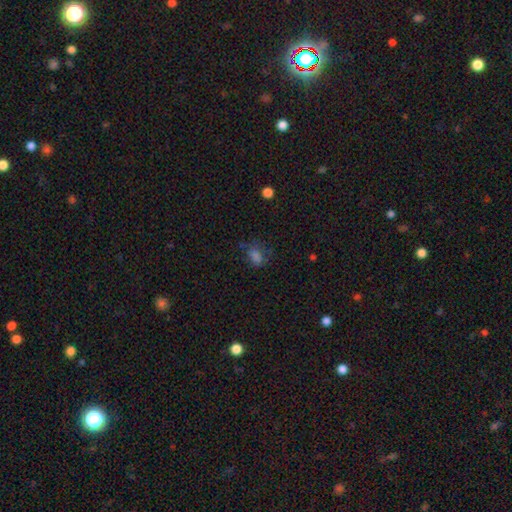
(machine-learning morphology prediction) This appears to be a smooth galaxy with no disk features (70%) that is in between round and cigar-shaped (69%). Merging: none (60%).